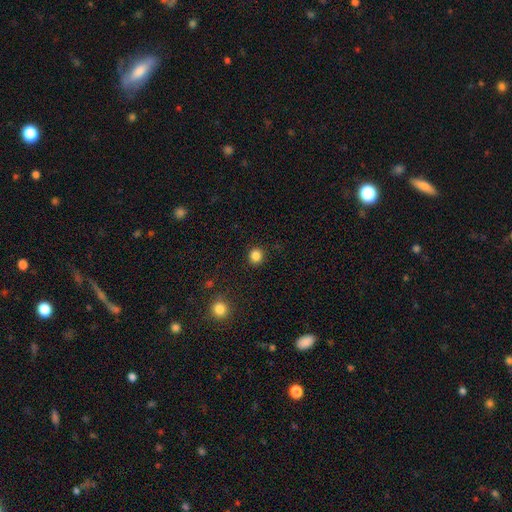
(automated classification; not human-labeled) Smooth or featured: smooth — 85% (star or artifact — 12%)
How rounded: round — 87% (in between — 12%)
Merging: none — 91% (minor disturbance — 6%)